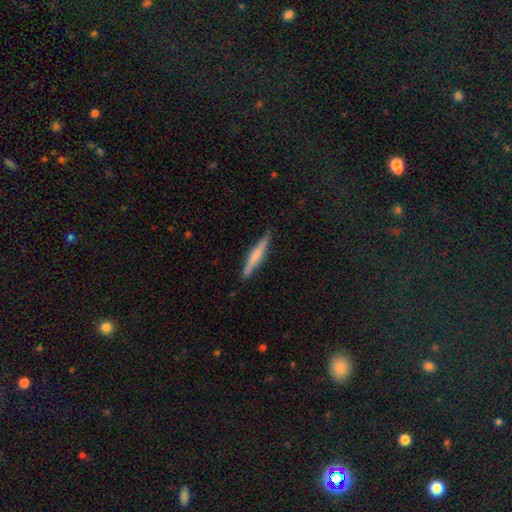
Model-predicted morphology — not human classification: This appears to be a smooth galaxy with no disk features (53%) that is cigar-shaped (94%). Merging: none (88%).